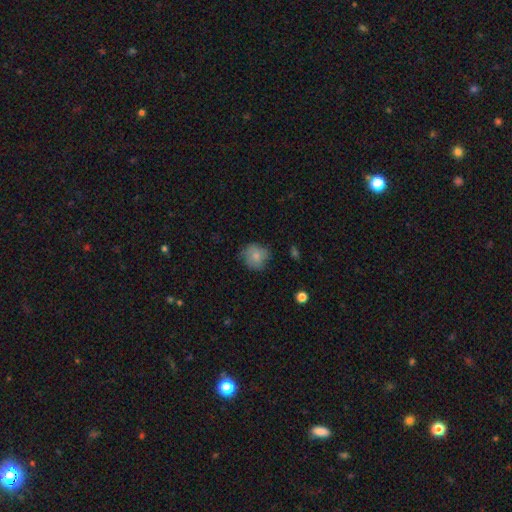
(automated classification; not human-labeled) smooth_or_featured: smooth (p=0.77) [alt: featured or disk p=0.15]
how_rounded: round (p=0.83) [alt: in between p=0.16]
merging: none (p=0.66) [alt: minor disturbance p=0.26]